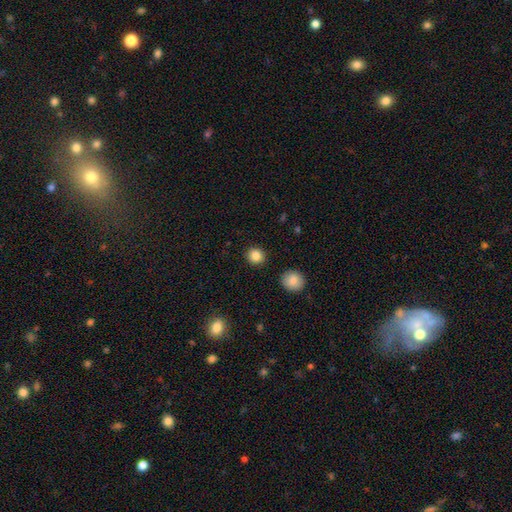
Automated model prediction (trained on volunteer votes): Overall: smooth (85%). How rounded: round (89%). Merging: none (91%).